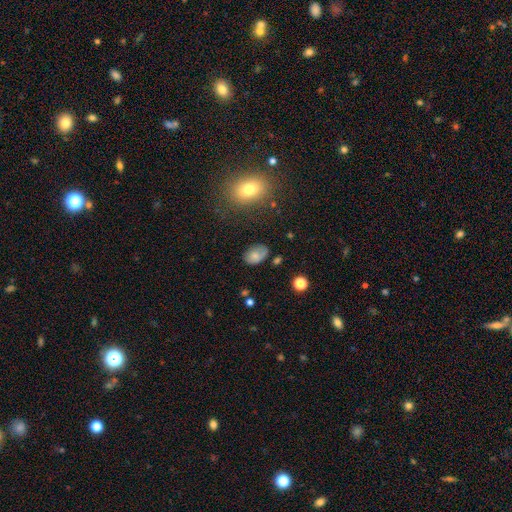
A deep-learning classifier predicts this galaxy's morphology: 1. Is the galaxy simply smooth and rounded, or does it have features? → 75% smooth, 14% featured or disk, 11% star or artifact.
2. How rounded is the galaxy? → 85% in between, 14% round, 1% cigar-shaped.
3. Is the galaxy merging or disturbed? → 65% none, 24% minor disturbance, 8% major disturbance, 3% merger.